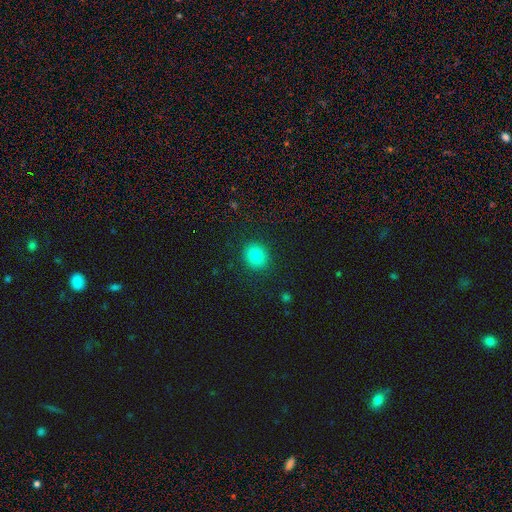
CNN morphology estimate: A smooth galaxy with no disk features (82%) that is round (81%). Merging: none (90%).